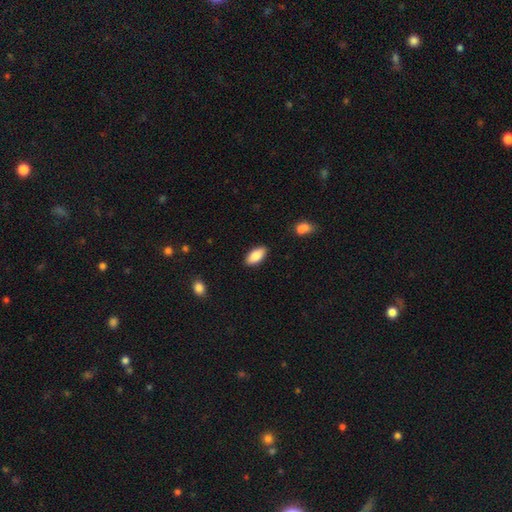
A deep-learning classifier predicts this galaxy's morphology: A smooth galaxy with no disk features (84%) that is in between round and cigar-shaped (90%). Merging: none (88%).